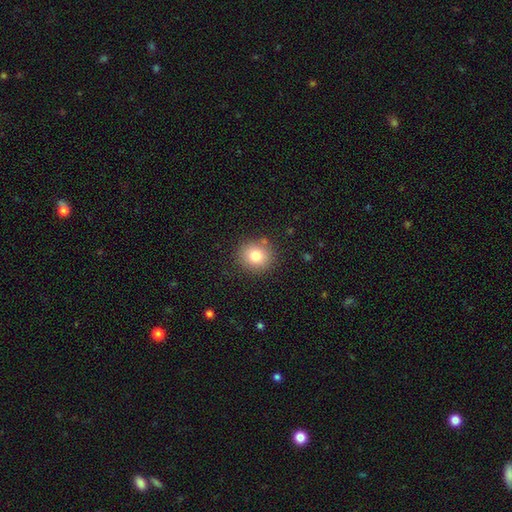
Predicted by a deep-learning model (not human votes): Morphology: type=smooth (80%); roundness=round (84%); merging=none (85%).